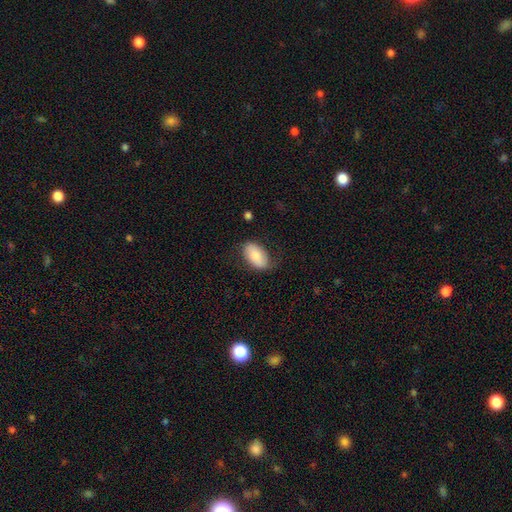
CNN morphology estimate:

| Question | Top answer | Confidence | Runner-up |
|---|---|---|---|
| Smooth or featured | smooth | 73% | featured or disk (21%) |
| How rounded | in between | 93% | round (5%) |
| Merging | none | 70% | minor disturbance (22%) |